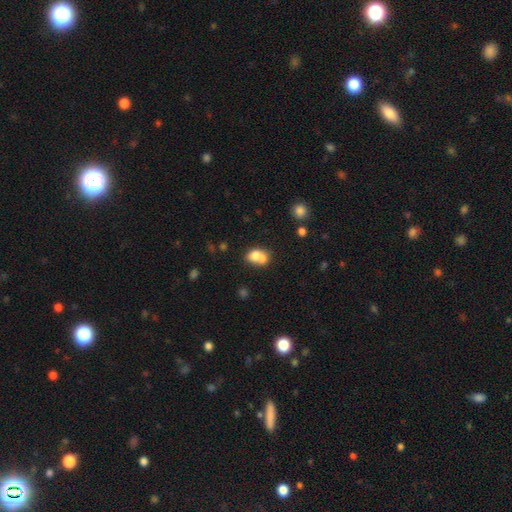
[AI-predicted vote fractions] Q: Smooth or featured?
A: smooth (74%); runner-up: featured or disk (16%)
Q: How rounded?
A: in between (54%); runner-up: round (45%)
Q: Merging?
A: merger (54%); runner-up: none (30%)